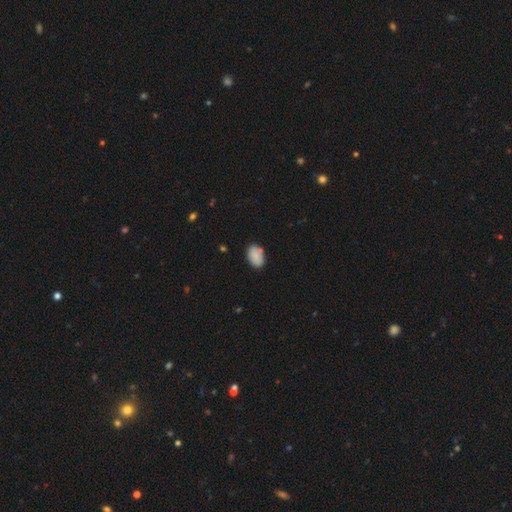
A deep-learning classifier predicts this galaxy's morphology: Smooth or featured?
  - smooth: 86% *
  - star or artifact: 7%
  - featured or disk: 6%
How rounded?
  - in between: 88% *
  - round: 11%
  - cigar-shaped: 1%
Merging?
  - none: 79% *
  - minor disturbance: 15%
  - merger: 3%
  - major disturbance: 3%